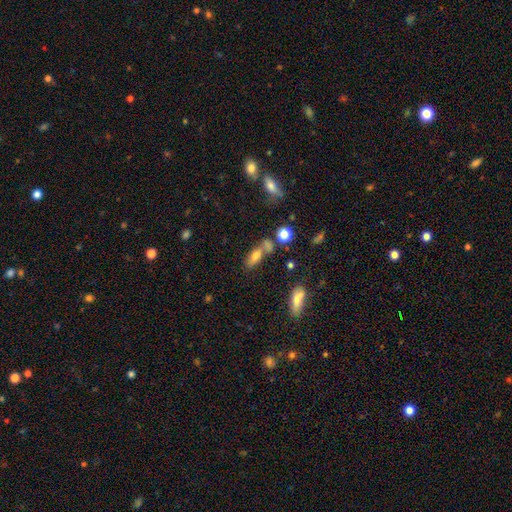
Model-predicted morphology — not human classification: A smooth galaxy with no disk features (68%) that is in between round and cigar-shaped (66%). Merging: none (45%).